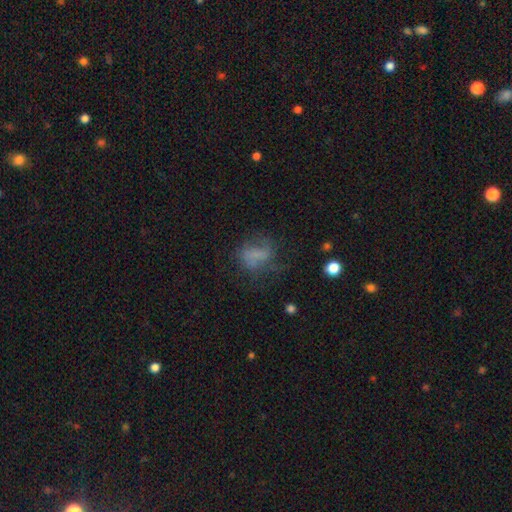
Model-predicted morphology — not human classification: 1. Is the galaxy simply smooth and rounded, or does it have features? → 45% smooth, 38% featured or disk, 16% star or artifact.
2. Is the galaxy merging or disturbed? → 42% none, 32% major disturbance, 23% minor disturbance, 4% merger.